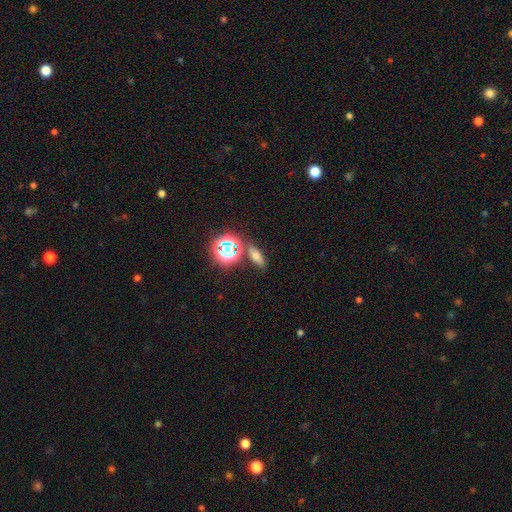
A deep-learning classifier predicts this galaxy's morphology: smooth 55%, star or artifact 27%, featured or disk 18%. Down the decision tree: how rounded — in between (56%); merging — none (78%).